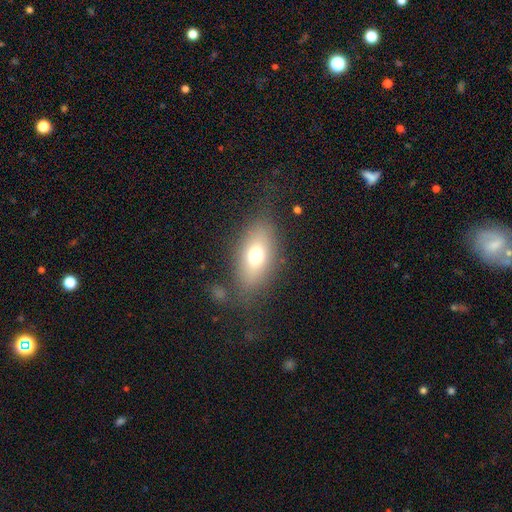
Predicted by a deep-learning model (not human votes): A smooth galaxy with no disk features (68%) that is in between round and cigar-shaped (80%). Merging: none (76%).